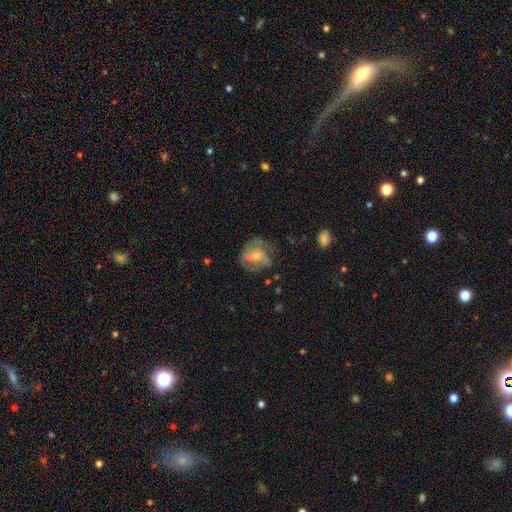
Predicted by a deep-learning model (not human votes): Smooth or featured: featured or disk — 53% (smooth — 38%)
Edge-on disk: no — 97% (yes — 3%)
Bar: no — 62% (weak — 30%)
Spiral arms: yes — 55% (no — 45%)
Bulge size: small — 40% (none — 27%)
Merging: none — 48% (major disturbance — 26%)